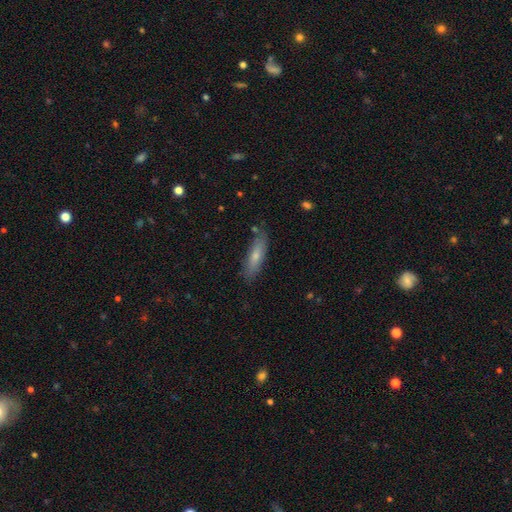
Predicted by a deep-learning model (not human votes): This is likely a smooth galaxy (69%). How rounded: likely cigar-shaped (63%). Merging: clearly none (82%).